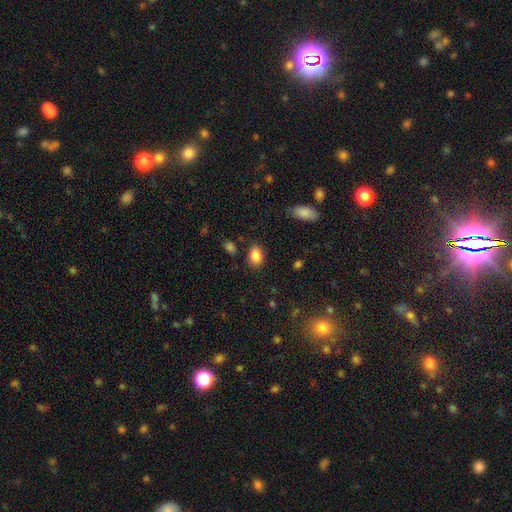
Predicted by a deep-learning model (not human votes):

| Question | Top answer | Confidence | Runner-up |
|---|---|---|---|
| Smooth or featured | smooth | 86% | star or artifact (9%) |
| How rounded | in between | 83% | round (16%) |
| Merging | none | 82% | minor disturbance (12%) |